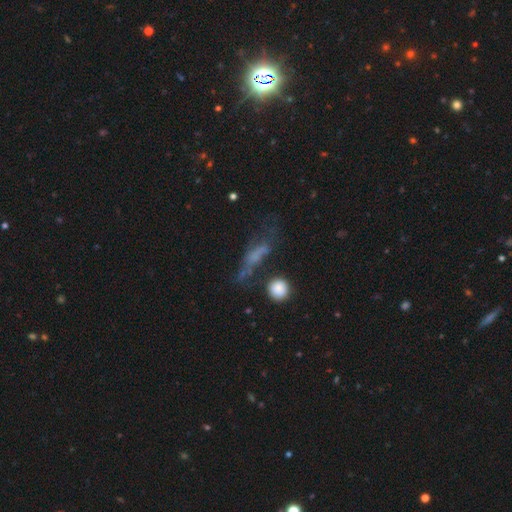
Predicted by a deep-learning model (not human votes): A smooth galaxy with no disk features (41%).

Vote fractions:
- Smooth or featured? smooth: 41% / featured or disk: 38% / star or artifact: 20%
- Merging? none: 45% / major disturbance: 24% / minor disturbance: 21% / merger: 11%